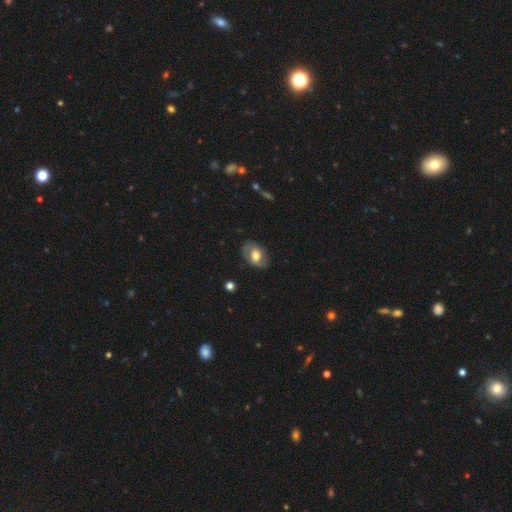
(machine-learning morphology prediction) smooth 52%, featured or disk 41%, star or artifact 7%. Down the decision tree: how rounded — in between (81%); merging — none (75%).